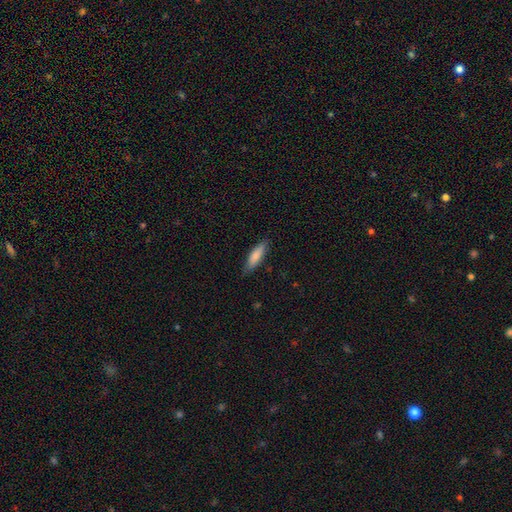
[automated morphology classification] Smooth or featured? smooth (82%)
How rounded? cigar-shaped (63%)
Merging? none (84%)